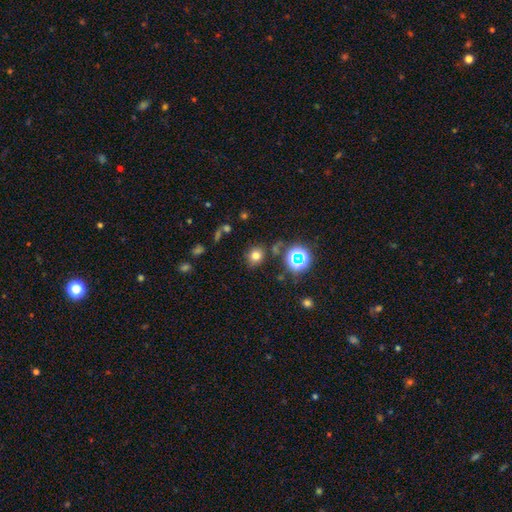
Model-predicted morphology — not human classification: Smooth or featured?
  - smooth: 71% *
  - star or artifact: 21%
  - featured or disk: 8%
How rounded?
  - round: 76% *
  - in between: 23%
  - cigar-shaped: 1%
Merging?
  - none: 80% *
  - minor disturbance: 11%
  - merger: 5%
  - major disturbance: 4%